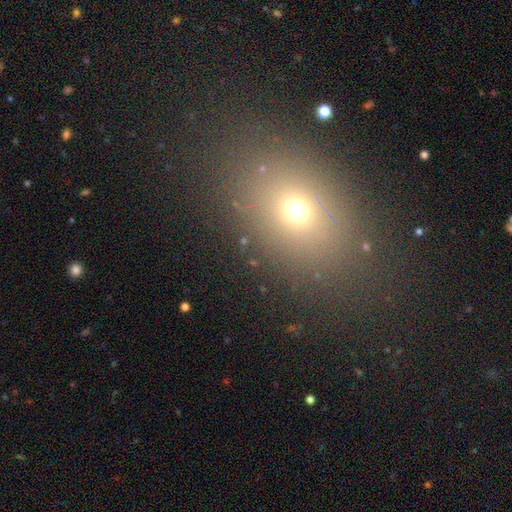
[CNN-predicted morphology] smooth-or-featured: smooth: 65% | star or artifact: 23% | featured or disk: 12%
  how-rounded: in between: 64% | round: 35% | cigar-shaped: 2%
  merging: none: 84% | minor disturbance: 9% | major disturbance: 5% | merger: 2%